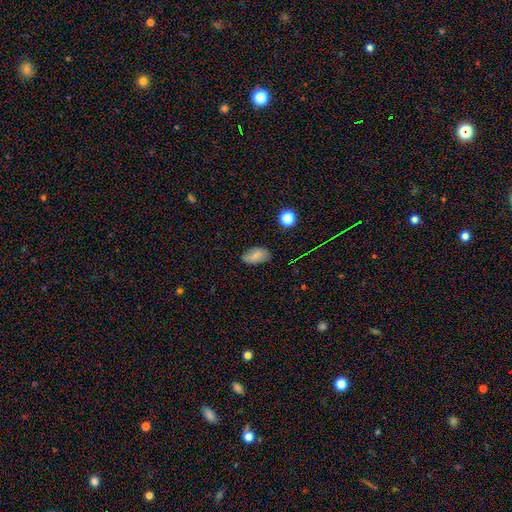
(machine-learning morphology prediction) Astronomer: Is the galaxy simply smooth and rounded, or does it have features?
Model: smooth — 74%.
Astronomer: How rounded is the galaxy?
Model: in between — 92%.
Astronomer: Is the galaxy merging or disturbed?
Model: none — 79%.